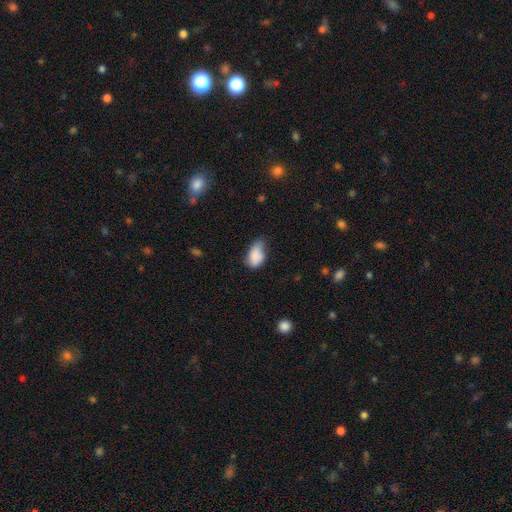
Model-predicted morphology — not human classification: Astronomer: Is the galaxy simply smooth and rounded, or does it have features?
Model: smooth — 87%.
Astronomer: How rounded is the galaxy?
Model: in between — 91%.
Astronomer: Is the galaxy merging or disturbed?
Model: minor disturbance — 46% (runner-up: none, 40%).